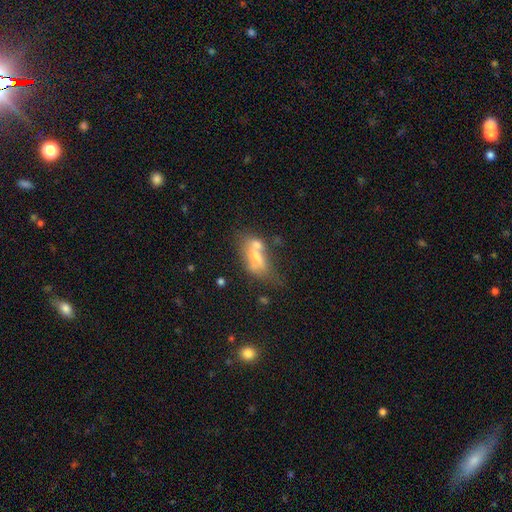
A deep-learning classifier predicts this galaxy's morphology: A smooth galaxy with no disk features (51%) that is in between round and cigar-shaped (80%). Merging: merger (46%).